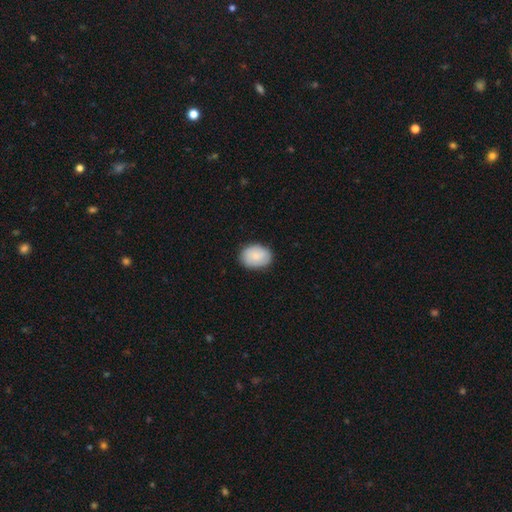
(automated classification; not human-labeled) Smooth or featured: smooth — 85% (featured or disk — 9%)
How rounded: in between — 69% (round — 30%)
Merging: none — 84% (minor disturbance — 13%)